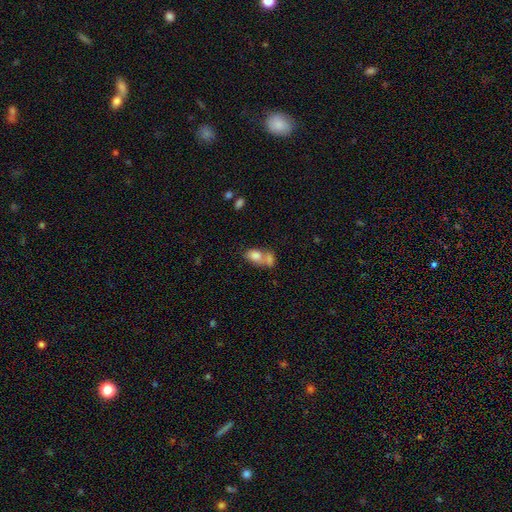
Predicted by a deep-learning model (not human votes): Smooth or featured: smooth — 78% (featured or disk — 13%)
How rounded: in between — 82% (round — 15%)
Merging: merger — 64% (none — 22%)